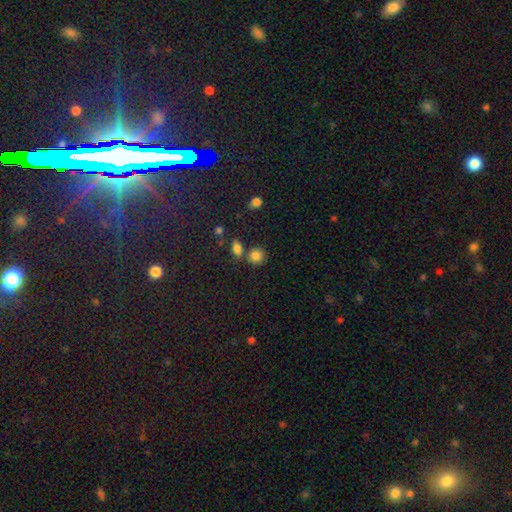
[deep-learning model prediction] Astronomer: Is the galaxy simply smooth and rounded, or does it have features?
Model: smooth — 83%.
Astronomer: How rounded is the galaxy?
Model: round — 81%.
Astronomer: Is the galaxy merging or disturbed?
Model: none — 67%.